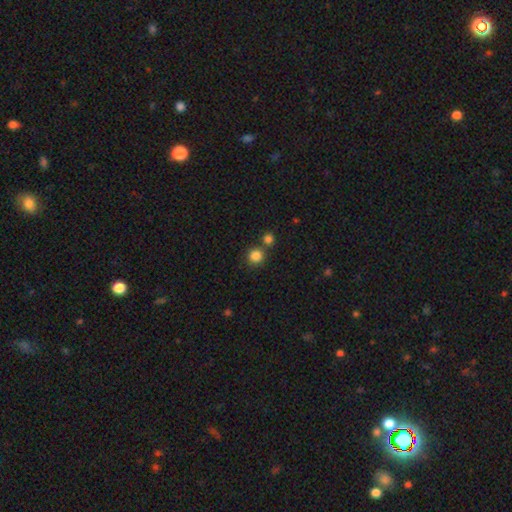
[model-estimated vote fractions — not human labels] Morphology: type=smooth (84%); roundness=round (92%); merging=none (71%).